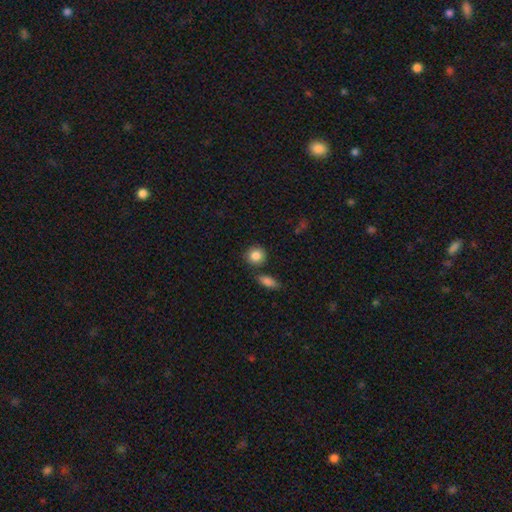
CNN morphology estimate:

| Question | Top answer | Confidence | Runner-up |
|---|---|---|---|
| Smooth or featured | smooth | 86% | star or artifact (8%) |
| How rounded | round | 82% | in between (16%) |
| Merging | none | 79% | minor disturbance (10%) |